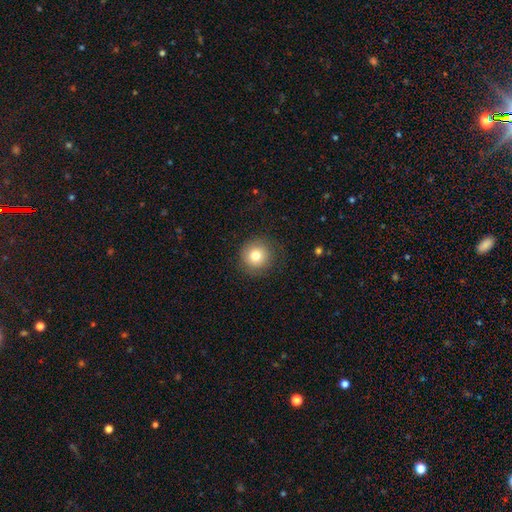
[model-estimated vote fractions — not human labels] This appears to be a smooth galaxy with no disk features (78%) that is round (94%). Merging: none (85%).